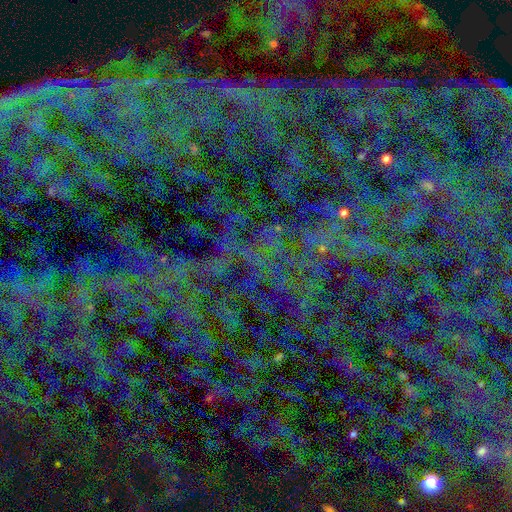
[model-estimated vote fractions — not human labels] A star or artifact, not a galaxy (82%).